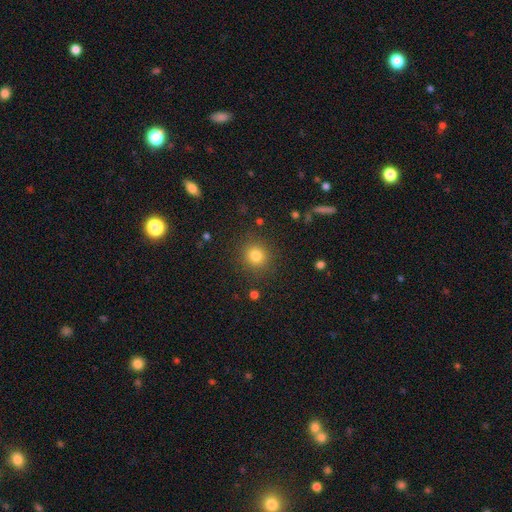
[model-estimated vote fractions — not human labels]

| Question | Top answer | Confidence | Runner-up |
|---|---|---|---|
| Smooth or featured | smooth | 80% | star or artifact (14%) |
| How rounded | round | 90% | in between (9%) |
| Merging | none | 88% | minor disturbance (7%) |